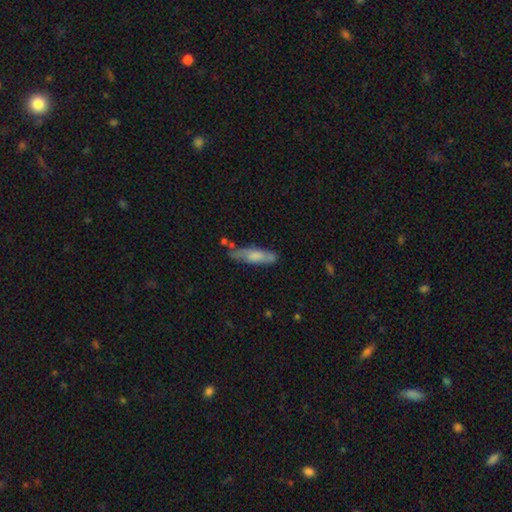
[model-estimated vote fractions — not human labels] This appears to be a smooth galaxy with no disk features (63%) that is cigar-shaped (66%). Merging: none (63%).